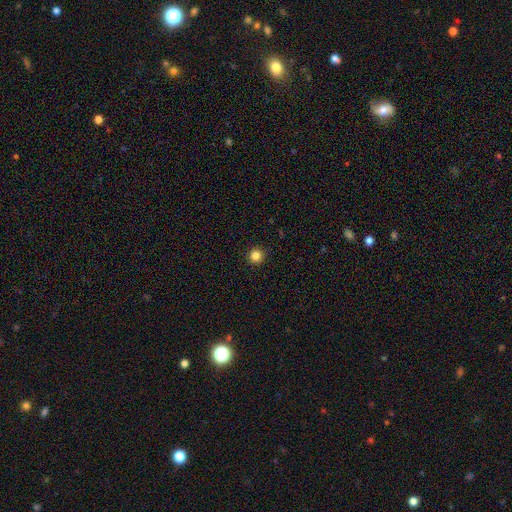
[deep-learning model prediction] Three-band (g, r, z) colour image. It shows a smooth galaxy with no disk features (84%) that is round (96%). Merging: none (94%).